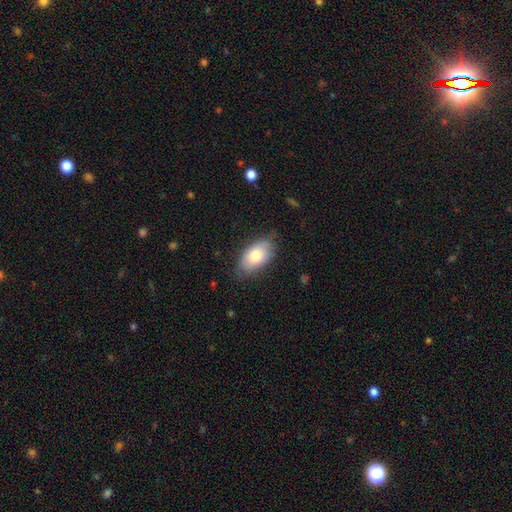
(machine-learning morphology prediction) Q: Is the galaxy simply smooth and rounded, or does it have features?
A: smooth — 77%.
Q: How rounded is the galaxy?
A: in between — 93%.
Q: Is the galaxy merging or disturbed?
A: none — 78%.